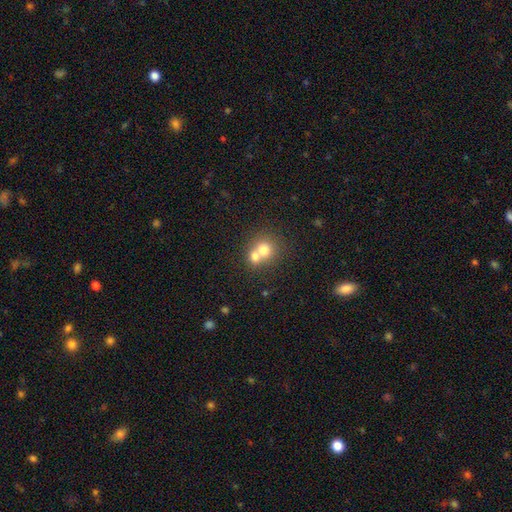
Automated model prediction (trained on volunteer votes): Smooth or featured: smooth — 63% (star or artifact — 18%)
How rounded: round — 80% (in between — 19%)
Merging: merger — 53% (none — 39%)